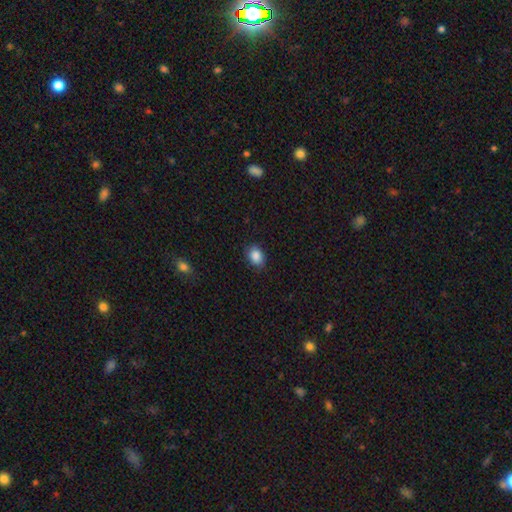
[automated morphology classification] type=smooth (87%); roundness=in between (68%); merging=none (85%).